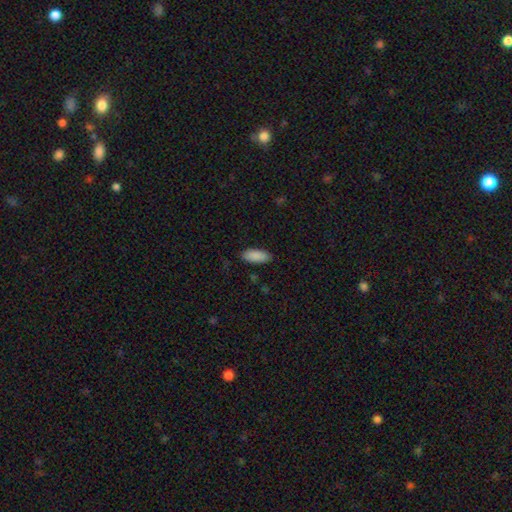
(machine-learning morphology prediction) This appears to be a smooth galaxy with no disk features (90%) that is in between round and cigar-shaped (84%). Merging: none (86%).